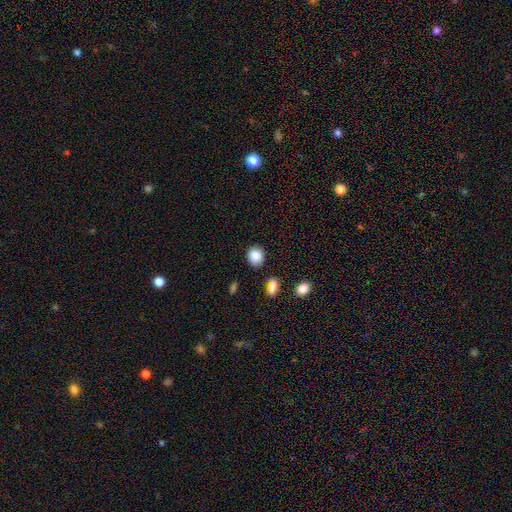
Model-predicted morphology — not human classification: Smooth or featured?
  - smooth: 87% *
  - star or artifact: 9%
  - featured or disk: 5%
How rounded?
  - round: 75% *
  - in between: 24%
  - cigar-shaped: 1%
Merging?
  - none: 86% *
  - minor disturbance: 8%
  - merger: 4%
  - major disturbance: 2%